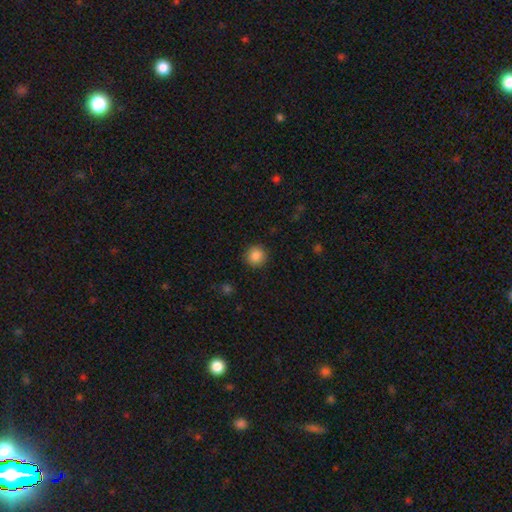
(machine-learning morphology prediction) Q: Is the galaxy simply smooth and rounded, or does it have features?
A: smooth — 87%.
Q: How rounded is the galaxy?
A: round — 93%.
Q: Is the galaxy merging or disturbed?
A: none — 91%.